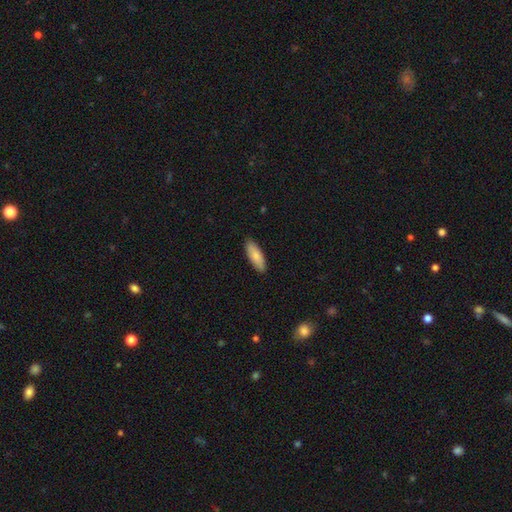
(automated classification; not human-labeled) This appears to be a smooth galaxy with no disk features (83%) that is in between round and cigar-shaped (60%). Merging: none (89%).